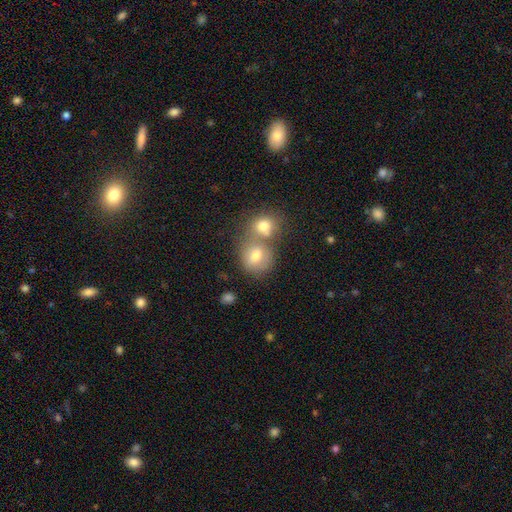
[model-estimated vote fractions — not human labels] A smooth galaxy with no disk features (72%) that is round (75%).

Vote fractions:
- Smooth or featured? smooth: 72% / featured or disk: 17% / star or artifact: 11%
- How rounded? round: 75% / in between: 24% / cigar-shaped: 1%
- Merging? merger: 52% / none: 36% / minor disturbance: 8% / major disturbance: 4%